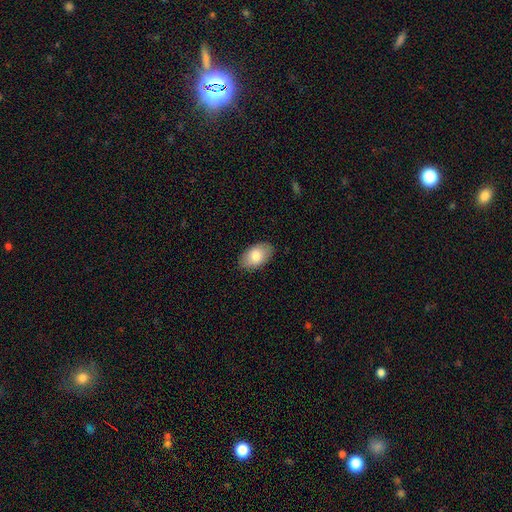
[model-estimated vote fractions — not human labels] A smooth galaxy with no disk features (81%) that is in between round and cigar-shaped (94%). Merging: none (87%).